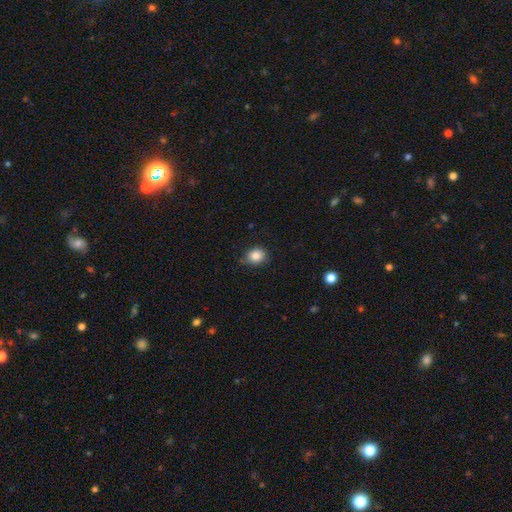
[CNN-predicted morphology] smooth 85%, star or artifact 10%, featured or disk 5%. Down the decision tree: how rounded — round (65%); merging — none (69%).